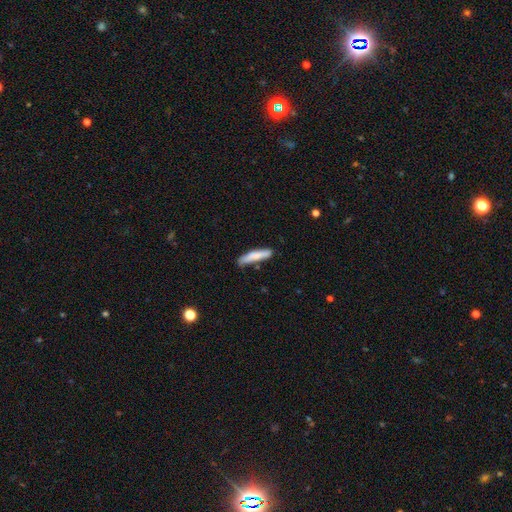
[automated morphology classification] Overall: smooth (77%). How rounded: cigar-shaped (85%). Merging: none (72%).